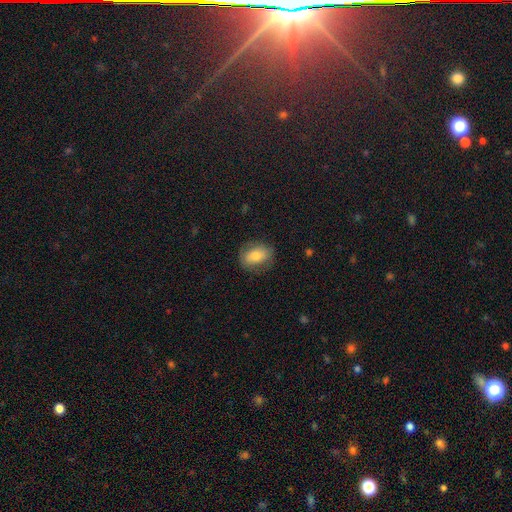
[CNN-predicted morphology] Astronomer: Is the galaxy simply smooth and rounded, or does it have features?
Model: smooth — 71%.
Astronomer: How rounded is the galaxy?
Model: in between — 72%.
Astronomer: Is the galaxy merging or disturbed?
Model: none — 76%.